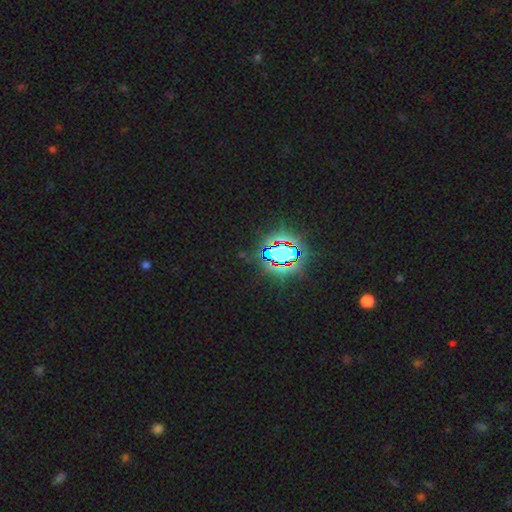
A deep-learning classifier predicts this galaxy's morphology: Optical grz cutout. It shows a star or artifact, not a galaxy (81%).